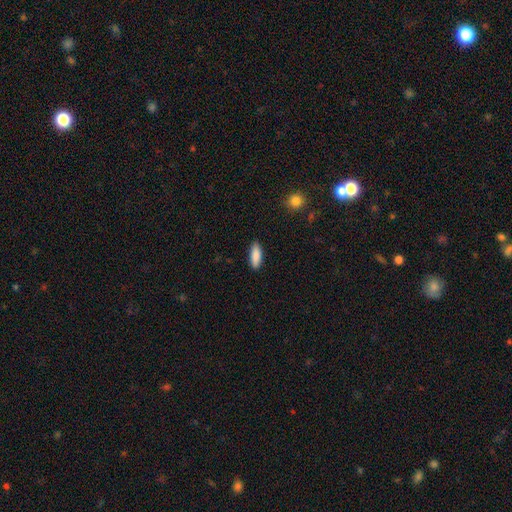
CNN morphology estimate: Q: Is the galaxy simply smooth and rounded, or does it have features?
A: smooth — 88%.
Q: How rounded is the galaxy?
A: in between — 65%.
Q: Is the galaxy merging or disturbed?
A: none — 89%.